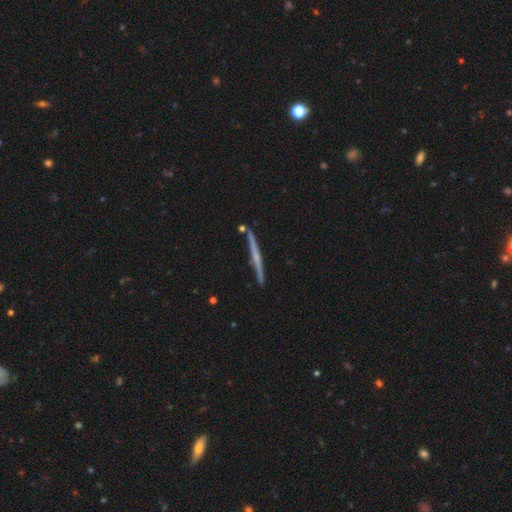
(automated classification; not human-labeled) Morphology: type=featured or disk (69%); edge-on=yes (98%); edge-on bulge=none (51%); merging=none (87%).